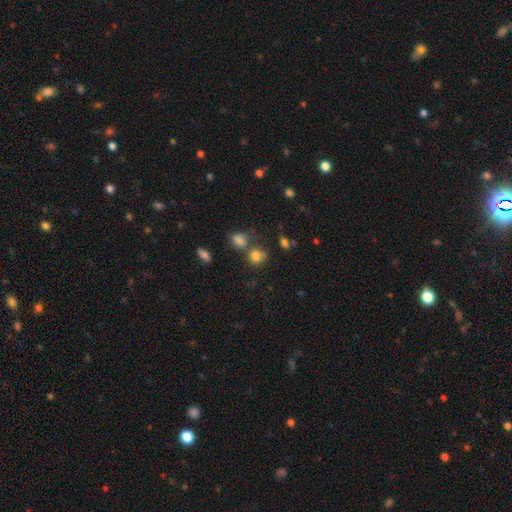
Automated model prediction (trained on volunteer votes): Morphology: type=smooth (80%); roundness=round (72%); merging=none (55%).